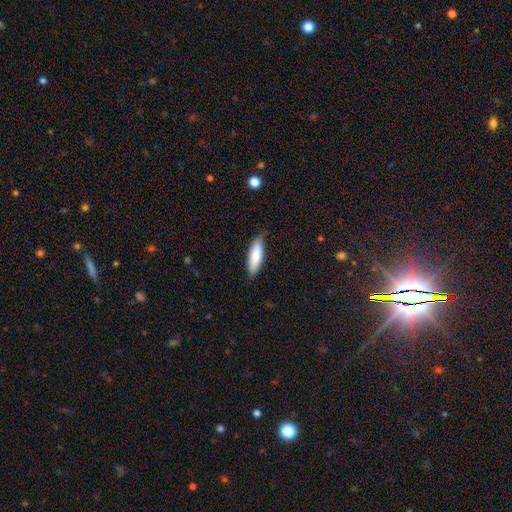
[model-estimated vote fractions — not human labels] A smooth galaxy with no disk features (82%) that is cigar-shaped (51%).

Vote fractions:
- Smooth or featured? smooth: 82% / featured or disk: 13% / star or artifact: 6%
- How rounded? cigar-shaped: 51% / in between: 47% / round: 2%
- Merging? none: 77% / minor disturbance: 19% / major disturbance: 3% / merger: 1%